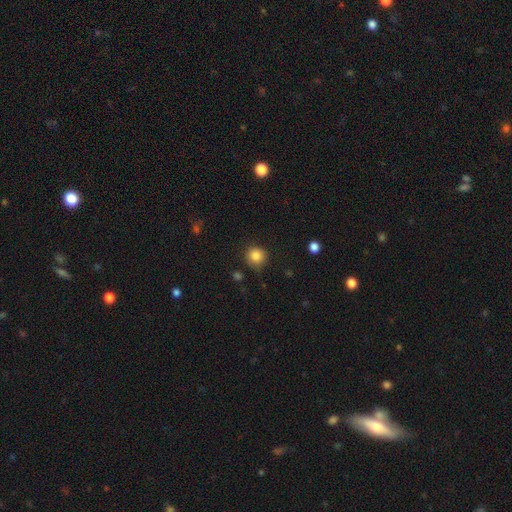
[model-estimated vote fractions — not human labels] Q: Smooth or featured?
A: smooth (84%); runner-up: star or artifact (11%)
Q: How rounded?
A: round (91%); runner-up: in between (8%)
Q: Merging?
A: none (82%); runner-up: minor disturbance (13%)